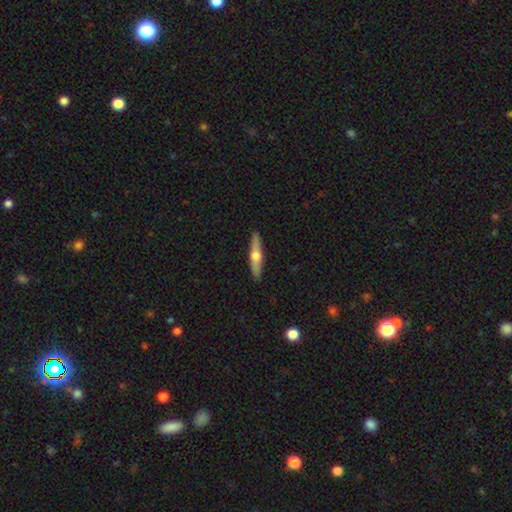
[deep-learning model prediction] This is possibly a featured or disk galaxy (56%). It is clearly viewed edge-on (94%). Edge-on bulge: clearly rounded (94%). Merging: clearly none (91%).